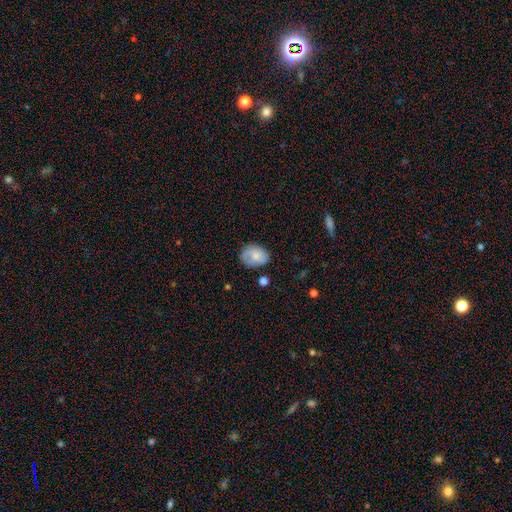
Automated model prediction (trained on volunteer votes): Morphology: type=smooth (67%); roundness=in between (65%); merging=none (63%).